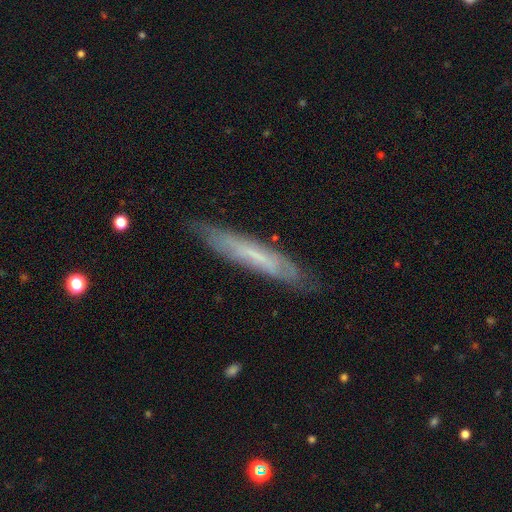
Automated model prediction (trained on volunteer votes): The model was most divided on "smooth or featured": featured or disk: 55%, smooth: 38%, star or artifact: 7%. More confident: merging — none (80%); edge-on disk — yes (69%).